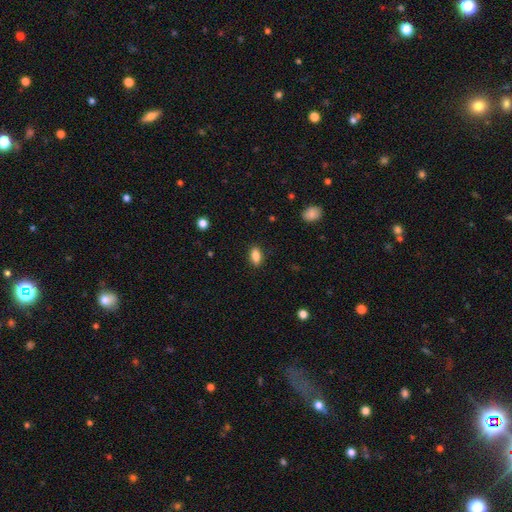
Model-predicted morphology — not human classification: Smooth or featured: smooth — 87% (star or artifact — 8%)
How rounded: in between — 89% (round — 6%)
Merging: none — 88% (minor disturbance — 9%)